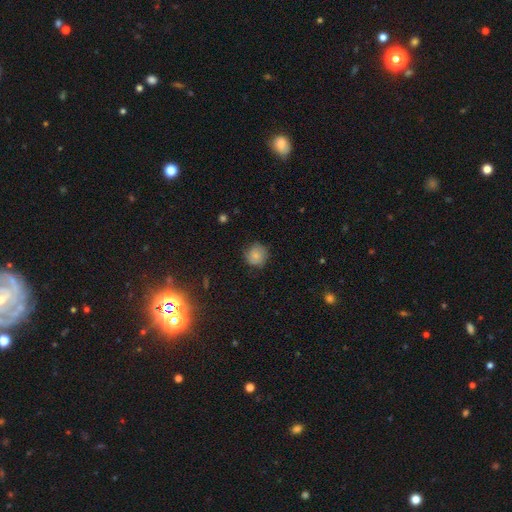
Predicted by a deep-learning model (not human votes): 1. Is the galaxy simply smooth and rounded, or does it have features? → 75% smooth, 15% featured or disk, 10% star or artifact.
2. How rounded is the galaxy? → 91% round, 9% in between, 1% cigar-shaped.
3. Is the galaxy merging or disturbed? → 76% none, 19% minor disturbance, 4% major disturbance, 1% merger.